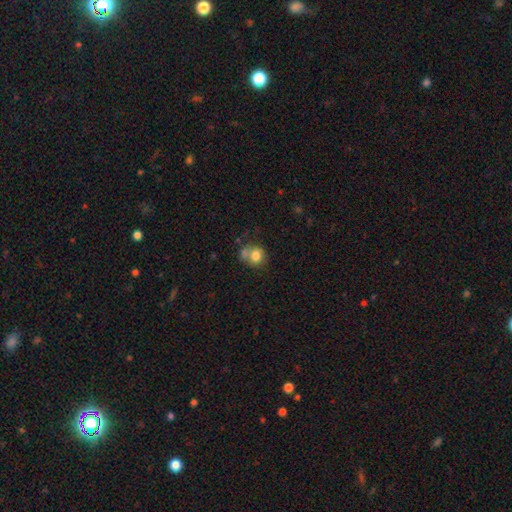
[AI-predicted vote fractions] A smooth galaxy with no disk features (76%) that is round (72%). Merging: none (43%).